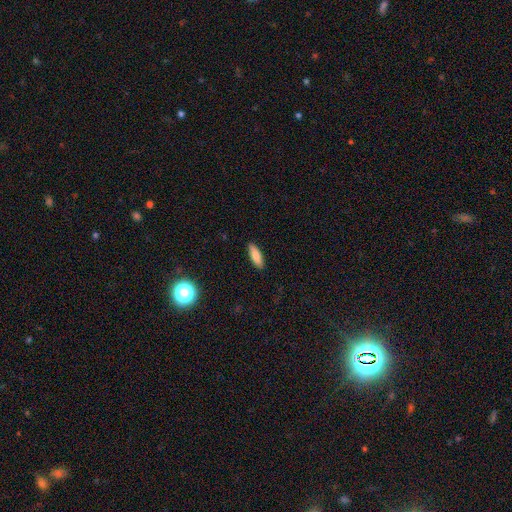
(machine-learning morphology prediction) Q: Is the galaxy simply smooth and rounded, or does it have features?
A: smooth — 84%.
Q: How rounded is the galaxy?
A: in between — 53%.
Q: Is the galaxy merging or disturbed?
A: none — 89%.